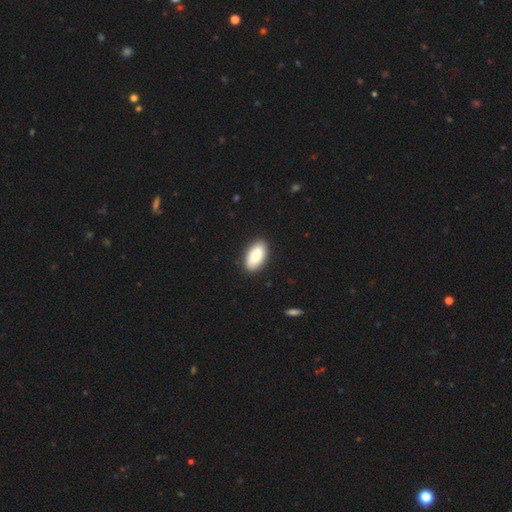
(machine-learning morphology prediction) Smooth or featured? smooth (86%)
How rounded? in between (94%)
Merging? none (89%)